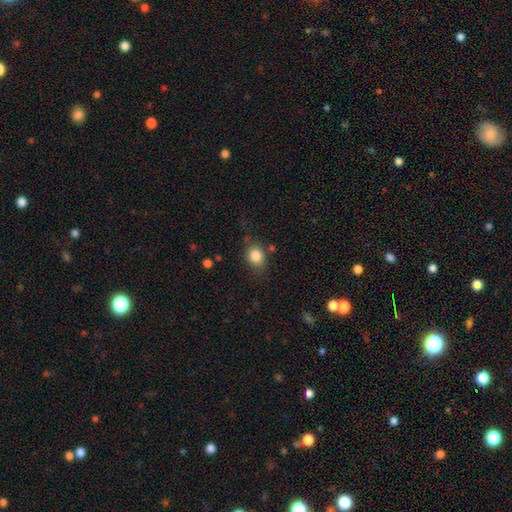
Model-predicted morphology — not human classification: Smooth or featured? smooth (84%)
How rounded? round (57%)
Merging? none (72%)